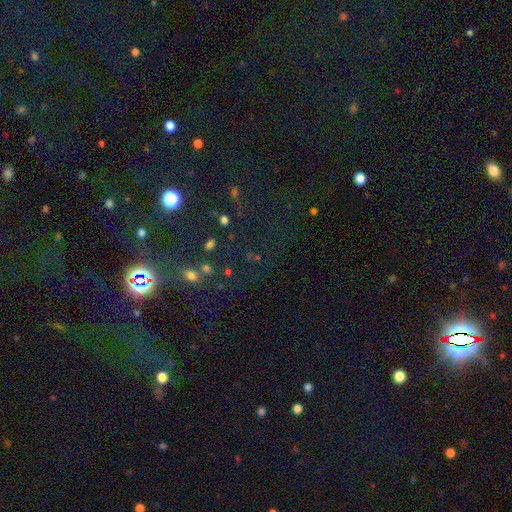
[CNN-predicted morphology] Overall: star or artifact (78%).